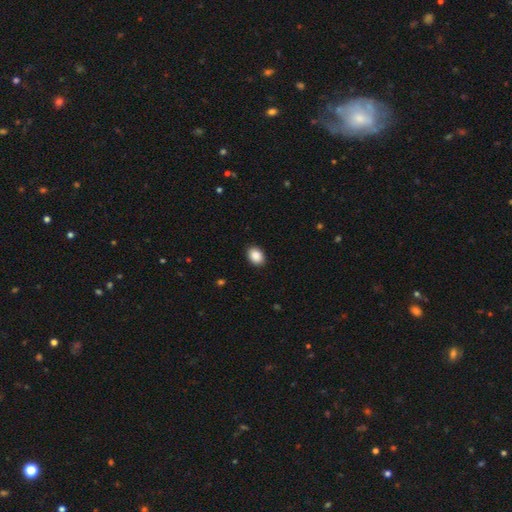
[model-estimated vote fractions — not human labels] Smooth or featured? Predicted: smooth (p=0.90). How rounded? Predicted: in between (p=0.70). Merging? Predicted: none (p=0.90).